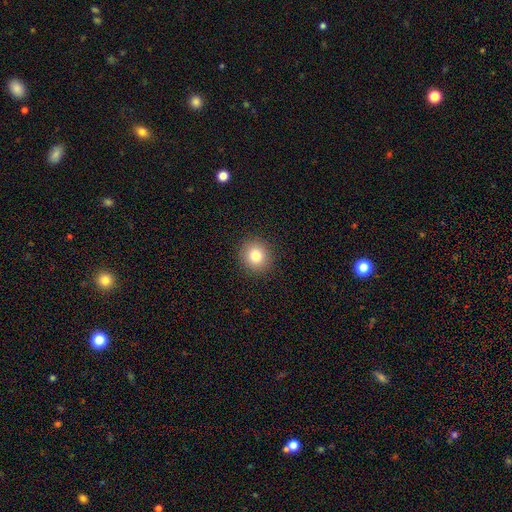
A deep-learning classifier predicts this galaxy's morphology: The model was most divided on "smooth or featured": smooth: 81%, star or artifact: 11%, featured or disk: 8%. More confident: merging — none (91%); how rounded — round (91%).